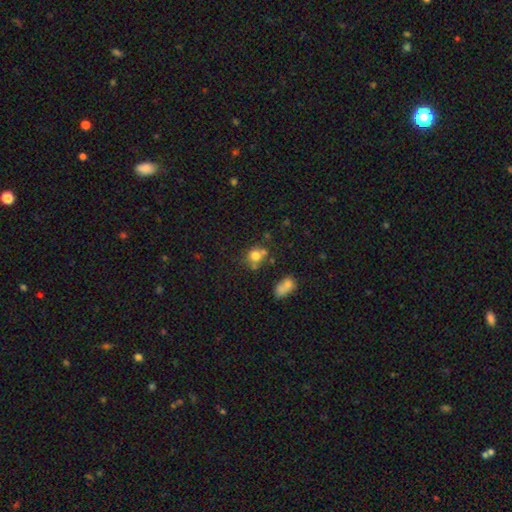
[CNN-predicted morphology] smooth-or-featured: smooth: 74% | star or artifact: 14% | featured or disk: 13%
  how-rounded: round: 77% | in between: 22% | cigar-shaped: 1%
  merging: none: 53% | merger: 26% | minor disturbance: 15% | major disturbance: 6%